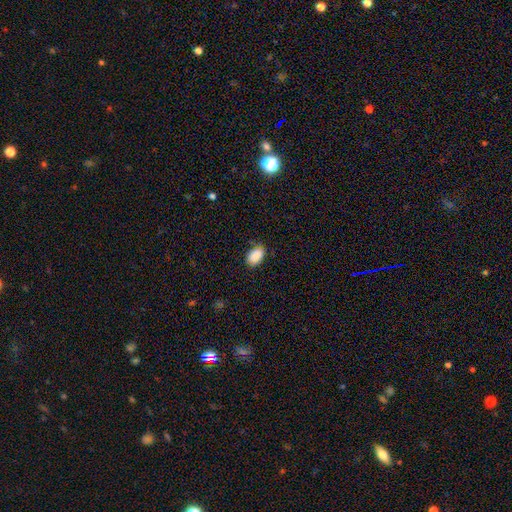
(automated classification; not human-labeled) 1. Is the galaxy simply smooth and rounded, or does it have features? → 89% smooth, 7% star or artifact, 4% featured or disk.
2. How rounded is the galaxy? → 90% in between, 9% round, 1% cigar-shaped.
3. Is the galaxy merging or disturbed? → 76% none, 19% minor disturbance, 4% major disturbance, 1% merger.